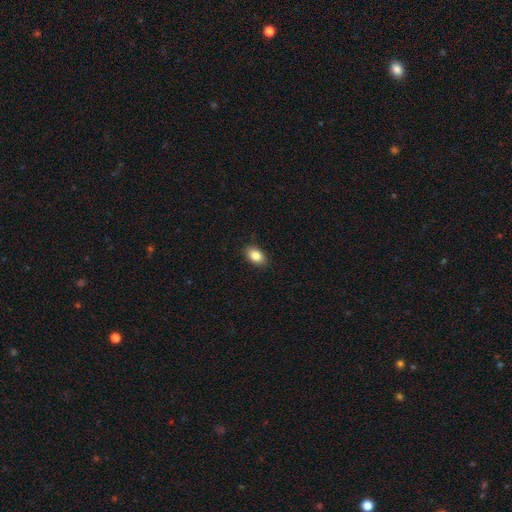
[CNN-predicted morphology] This appears to be a smooth galaxy with no disk features (84%) that is in between round and cigar-shaped (87%). Merging: none (89%).